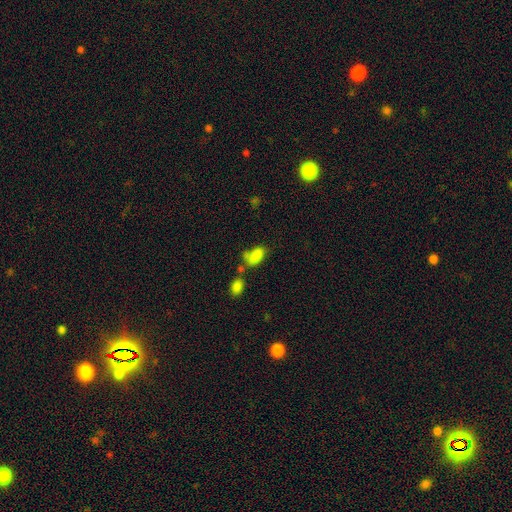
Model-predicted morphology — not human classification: type=smooth (83%); roundness=in between (91%); merging=none (41%).